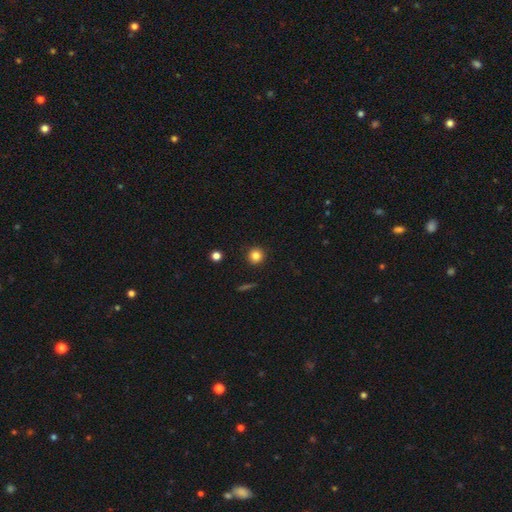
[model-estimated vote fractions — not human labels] smooth-or-featured: smooth: 83% | star or artifact: 12% | featured or disk: 5%
  how-rounded: round: 95% | in between: 4% | cigar-shaped: 1%
  merging: none: 92% | minor disturbance: 5% | major disturbance: 2% | merger: 1%